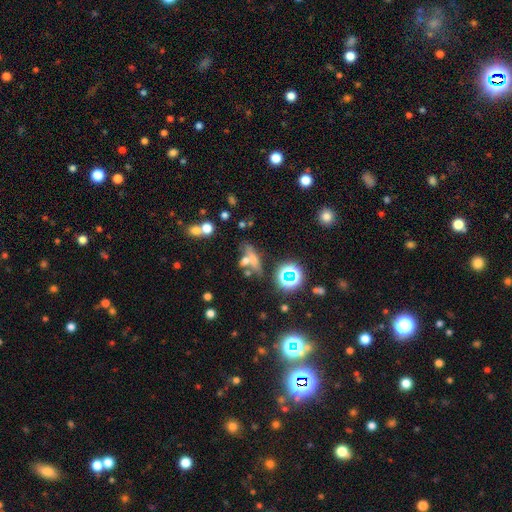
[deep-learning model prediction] This is possibly a smooth galaxy (48%). Merging: possibly none (55%).